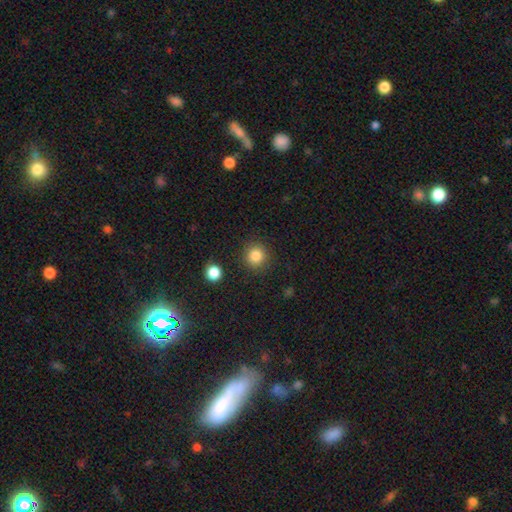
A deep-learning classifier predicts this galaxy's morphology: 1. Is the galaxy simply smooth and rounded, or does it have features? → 84% smooth, 11% star or artifact, 5% featured or disk.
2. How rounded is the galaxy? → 92% round, 7% in between, 1% cigar-shaped.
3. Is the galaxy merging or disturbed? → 89% none, 7% minor disturbance, 3% major disturbance, 2% merger.